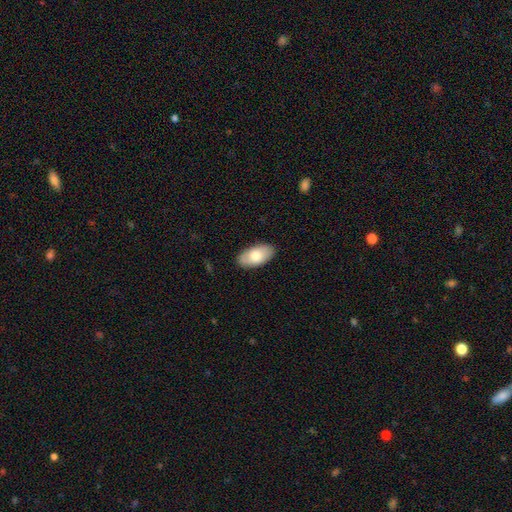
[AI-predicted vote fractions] This appears to be a smooth galaxy with no disk features (75%) that is in between round and cigar-shaped (95%). Merging: none (87%).